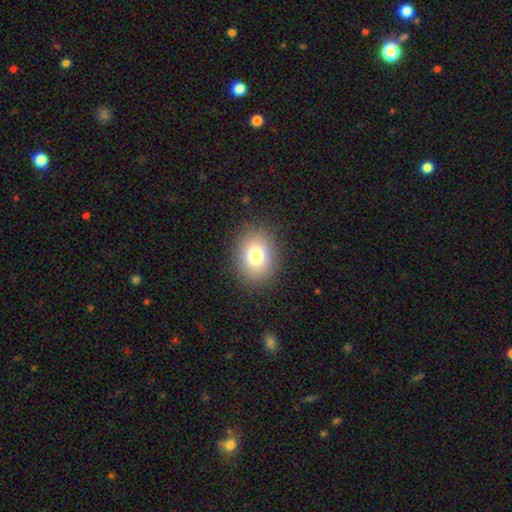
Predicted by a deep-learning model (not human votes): A smooth galaxy with no disk features (77%) that is round (50%).

Vote fractions:
- Smooth or featured? smooth: 77% / star or artifact: 12% / featured or disk: 11%
- How rounded? round: 50% / in between: 49% / cigar-shaped: 1%
- Merging? none: 87% / minor disturbance: 8% / major disturbance: 3% / merger: 1%